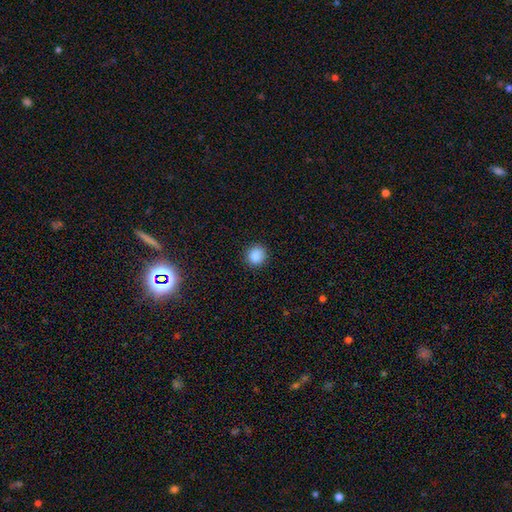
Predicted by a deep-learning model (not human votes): Smooth or featured? smooth (88%)
How rounded? round (90%)
Merging? none (90%)